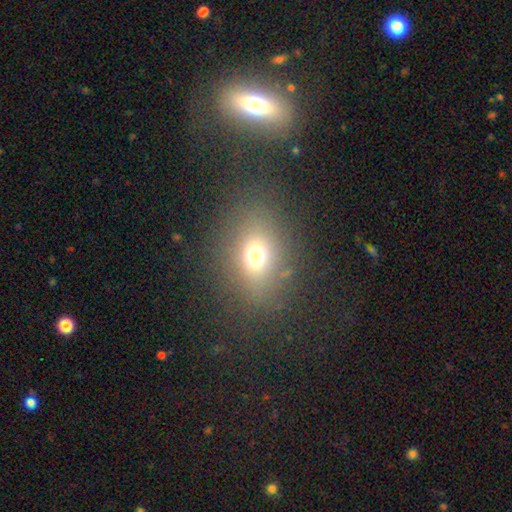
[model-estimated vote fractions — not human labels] Morphology: type=smooth (67%); roundness=in between (56%); merging=none (79%).